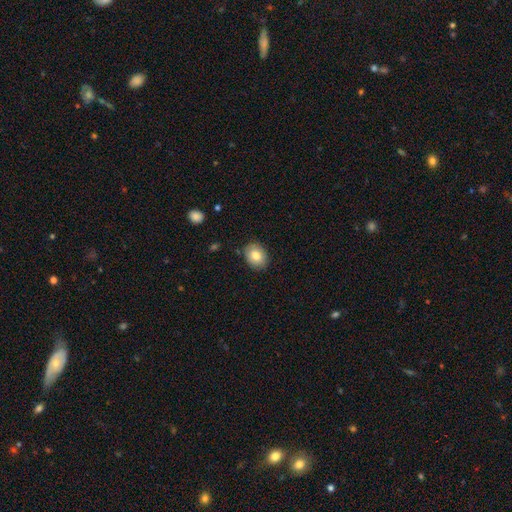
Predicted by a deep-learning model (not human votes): Smooth or featured: smooth — 81% (featured or disk — 11%)
How rounded: in between — 58% (round — 41%)
Merging: none — 86% (minor disturbance — 11%)